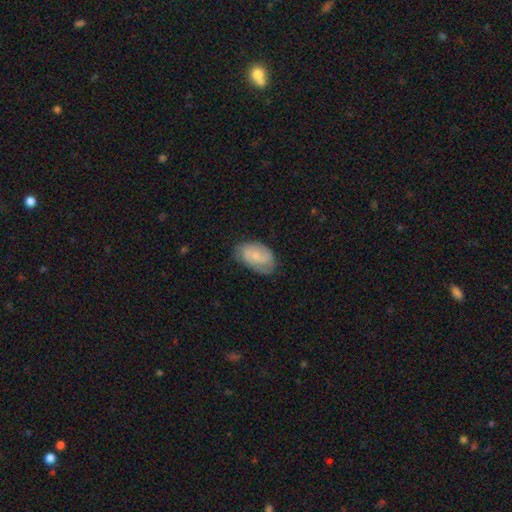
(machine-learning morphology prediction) This appears to be a featured or disk galaxy (53%) with no bar (56%), spiral arms (85%) and a small central bulge (62%). Merging: none (67%).